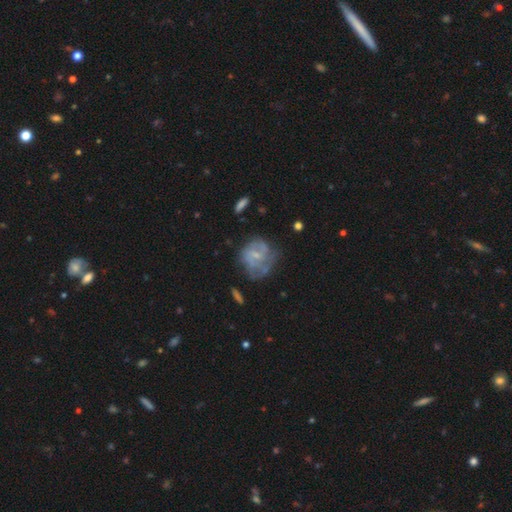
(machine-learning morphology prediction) Smooth or featured? featured or disk (64%)
Edge-on disk? no (98%)
Bar? no (56%)
Spiral arms? yes (70%)
Bulge size? small (64%)
Merging? none (48%)